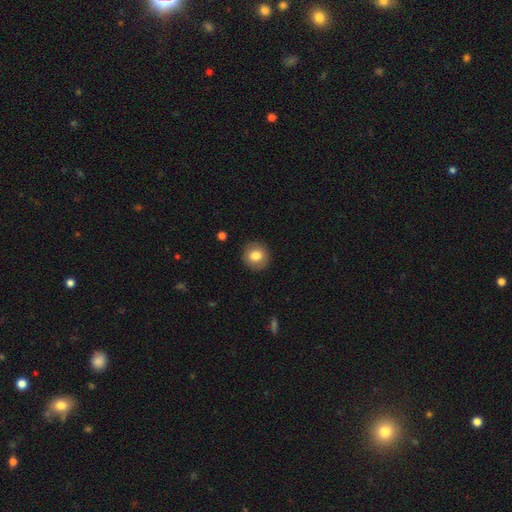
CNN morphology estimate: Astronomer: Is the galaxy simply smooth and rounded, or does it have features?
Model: smooth — 81%.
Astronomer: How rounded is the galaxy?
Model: round — 91%.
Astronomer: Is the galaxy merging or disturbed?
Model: none — 91%.